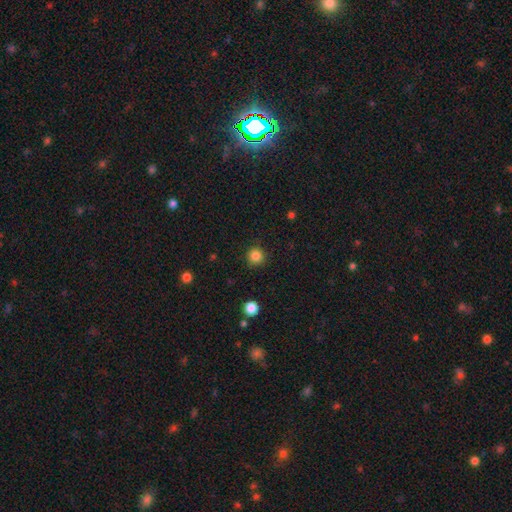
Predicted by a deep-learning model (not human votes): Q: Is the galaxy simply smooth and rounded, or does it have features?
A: smooth — 84%.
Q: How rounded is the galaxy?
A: round — 95%.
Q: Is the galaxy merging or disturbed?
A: none — 91%.